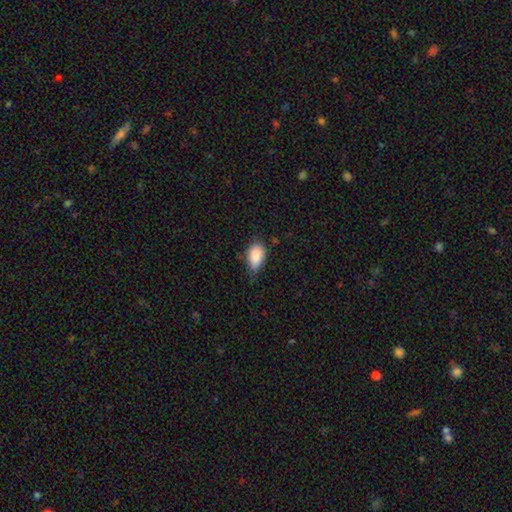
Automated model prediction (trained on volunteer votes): smooth 87%, star or artifact 7%, featured or disk 6%. Down the decision tree: how rounded — in between (92%); merging — none (53%).